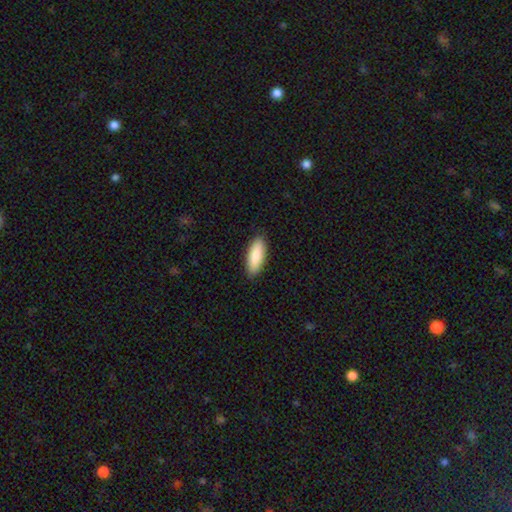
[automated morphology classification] A smooth galaxy with no disk features (87%) that is in between round and cigar-shaped (70%).

Vote fractions:
- Smooth or featured? smooth: 87% / featured or disk: 8% / star or artifact: 5%
- How rounded? in between: 70% / cigar-shaped: 28% / round: 2%
- Merging? none: 90% / minor disturbance: 8% / major disturbance: 2% / merger: 1%